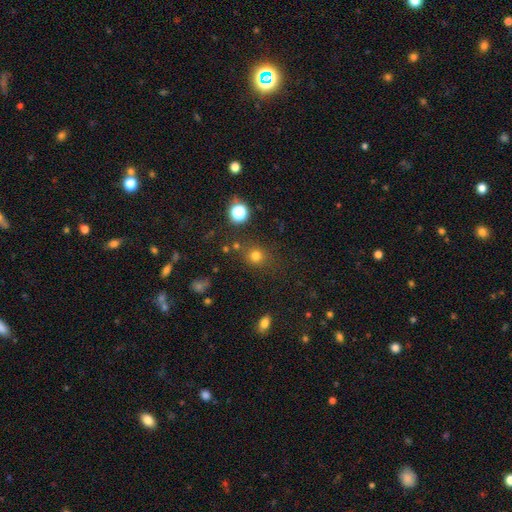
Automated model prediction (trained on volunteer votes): Smooth or featured: smooth — 74% (star or artifact — 20%)
How rounded: round — 86% (in between — 13%)
Merging: none — 78% (minor disturbance — 11%)